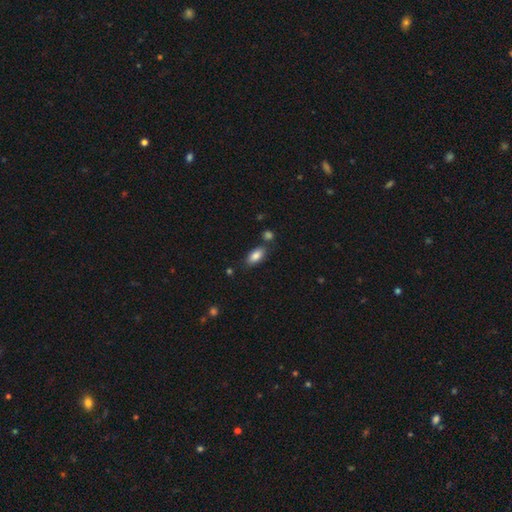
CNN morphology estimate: A smooth galaxy with no disk features (84%) that is in between round and cigar-shaped (89%). Merging: none (77%).